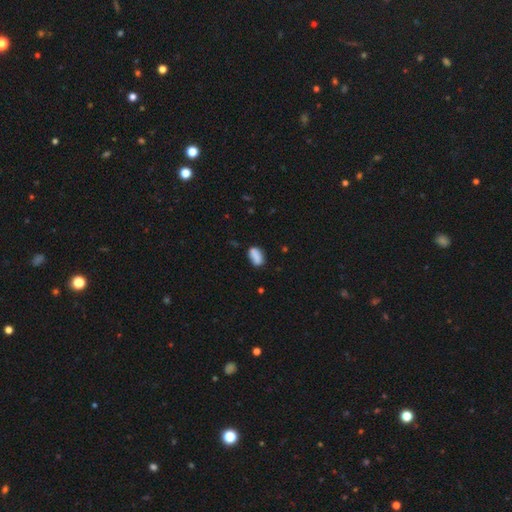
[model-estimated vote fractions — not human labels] The model was most divided on "merging": none: 67%, minor disturbance: 21%, merger: 7%, major disturbance: 5%. More confident: how rounded — in between (88%); smooth or featured — smooth (83%).